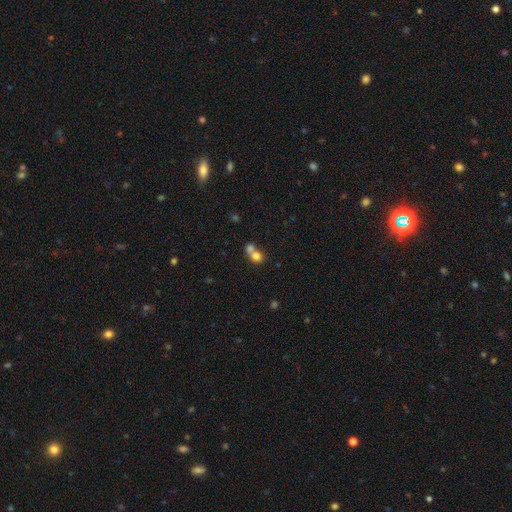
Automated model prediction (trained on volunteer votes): smooth 75%, featured or disk 13%, star or artifact 12%. Down the decision tree: how rounded — round (73%); merging — merger (61%).